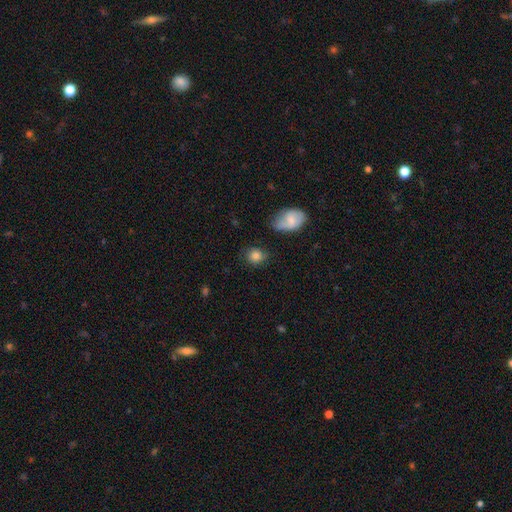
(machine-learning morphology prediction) Smooth or featured: smooth — 81% (featured or disk — 9%)
How rounded: round — 71% (in between — 27%)
Merging: none — 72% (minor disturbance — 19%)